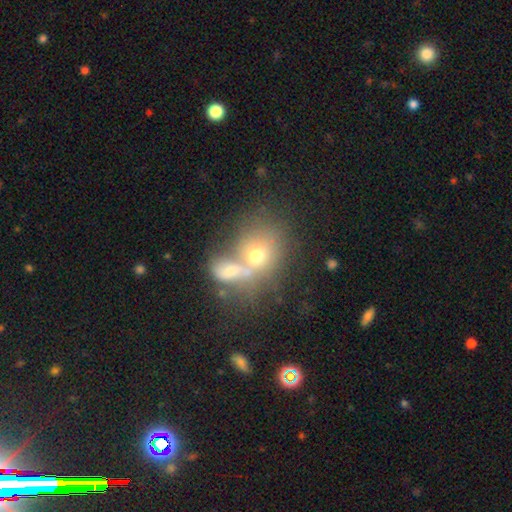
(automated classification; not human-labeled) A smooth galaxy with no disk features (57%) that is round (60%).

Vote fractions:
- Smooth or featured? smooth: 57% / featured or disk: 27% / star or artifact: 16%
- How rounded? round: 60% / in between: 39% / cigar-shaped: 2%
- Merging? merger: 68% / none: 21% / minor disturbance: 6% / major disturbance: 5%